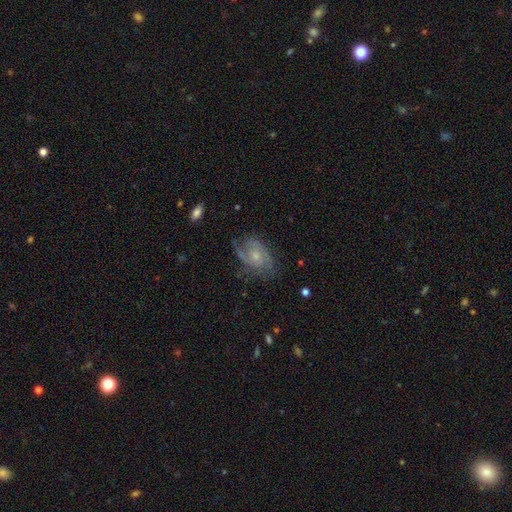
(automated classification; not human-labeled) smooth-or-featured: featured or disk: 76% | smooth: 17% | star or artifact: 7%
  disk-edge-on: no: 97% | yes: 3%
    bar: no: 74% | weak: 23% | strong: 3%
    has-spiral-arms: yes: 91% | no: 9%
      spiral-winding: medium: 43% | tight: 33% | loose: 23%
      spiral-arm-count: 2: 46% | can't tell: 23% | 3: 14% | 1: 10% | 4: 4% | more than 4: 4%
    bulge-size: small: 63% | moderate: 30% | none: 4% | large: 2% | dominant: 1%
  merging: none: 62% | minor disturbance: 22% | major disturbance: 15% | merger: 2%